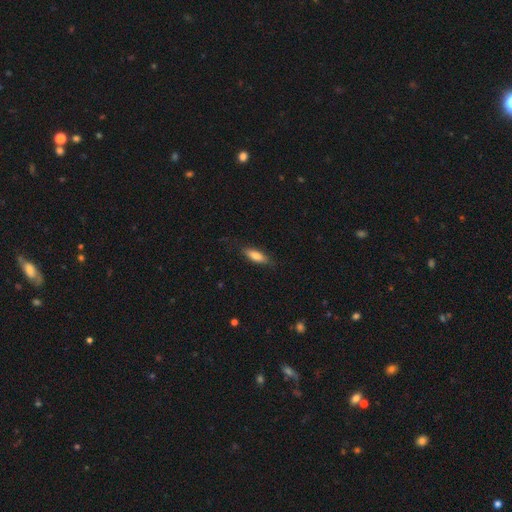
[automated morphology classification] This appears to be a smooth galaxy with no disk features (76%) that is in between round and cigar-shaped (53%). Merging: none (81%).